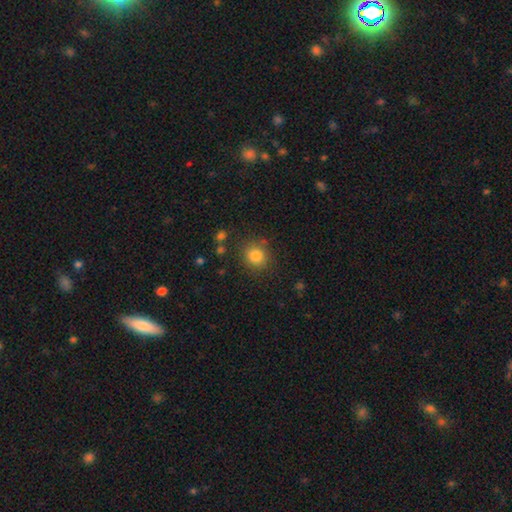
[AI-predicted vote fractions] Smooth or featured?
  - smooth: 84% *
  - star or artifact: 11%
  - featured or disk: 6%
How rounded?
  - round: 82% *
  - in between: 17%
  - cigar-shaped: 1%
Merging?
  - none: 82% *
  - minor disturbance: 11%
  - major disturbance: 4%
  - merger: 3%